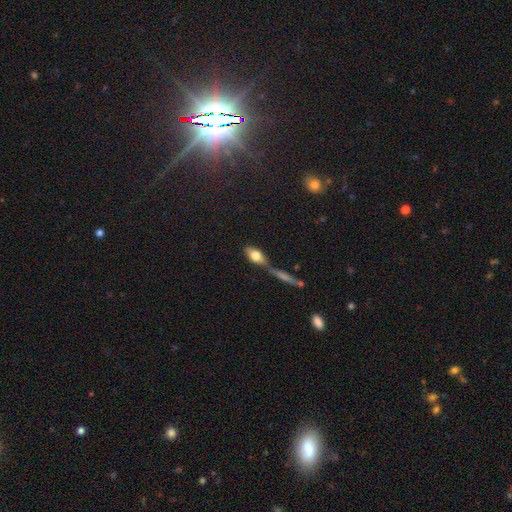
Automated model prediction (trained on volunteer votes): A smooth galaxy with no disk features (70%) that is in between round and cigar-shaped (79%).

Vote fractions:
- Smooth or featured? smooth: 70% / featured or disk: 20% / star or artifact: 9%
- How rounded? in between: 79% / cigar-shaped: 13% / round: 8%
- Merging? none: 39% (tied) / merger: 39% (tied) / minor disturbance: 14% / major disturbance: 7%